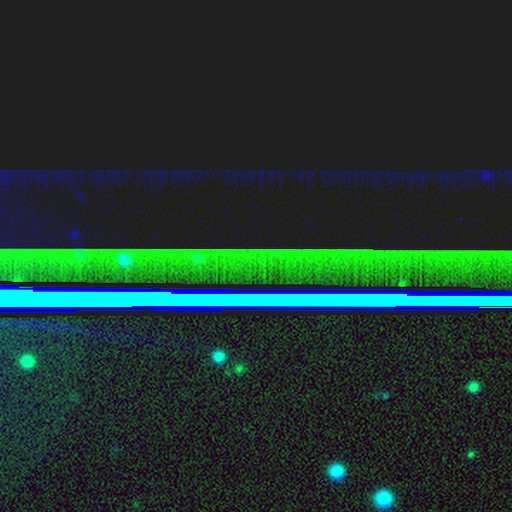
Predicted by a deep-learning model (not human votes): star or artifact 85%, featured or disk 9%, smooth 6%.